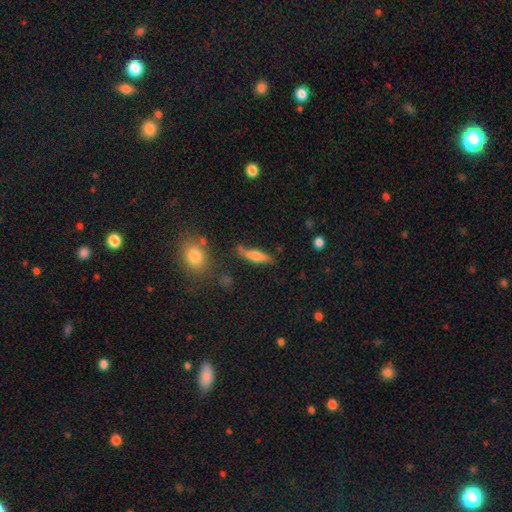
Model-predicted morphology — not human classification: This is likely a smooth galaxy (62%). How rounded: likely cigar-shaped (66%). Merging: likely none (70%).